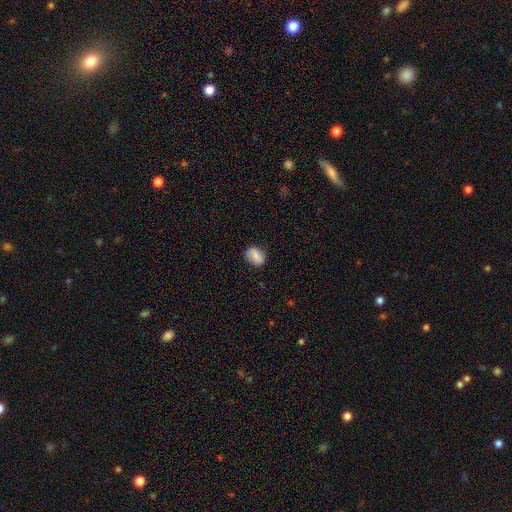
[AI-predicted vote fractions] This is likely a smooth galaxy (75%). How rounded: likely in between (65%). Merging: clearly none (81%).